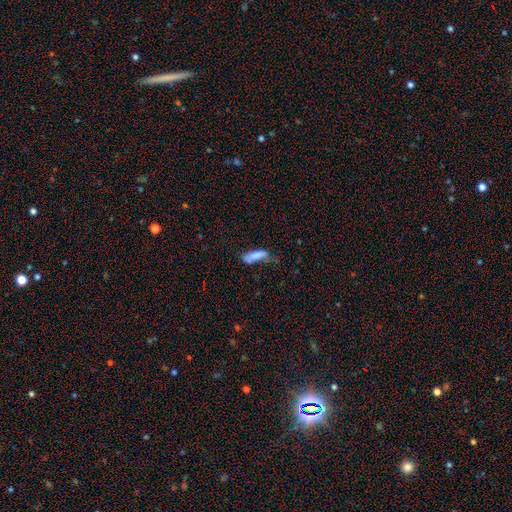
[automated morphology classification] This appears to be a smooth galaxy with no disk features (78%) that is cigar-shaped (53%). Merging: none (39%).